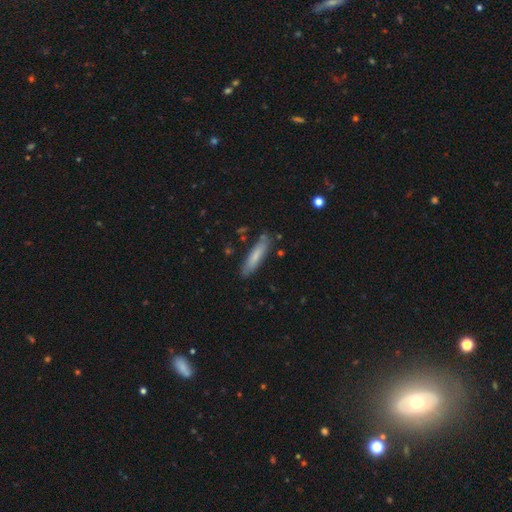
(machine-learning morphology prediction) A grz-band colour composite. It shows a smooth galaxy with no disk features (75%) that is cigar-shaped (81%). Merging: none (82%).